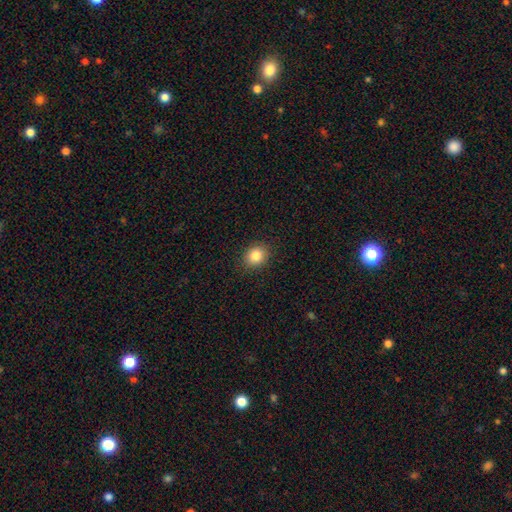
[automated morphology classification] type=smooth (84%); roundness=round (67%); merging=none (89%).